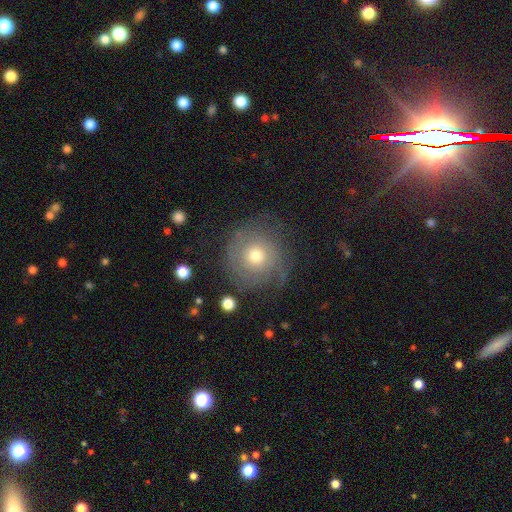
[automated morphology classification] Smooth or featured? Predicted: featured or disk (p=0.49). Merging? Predicted: none (p=0.70).